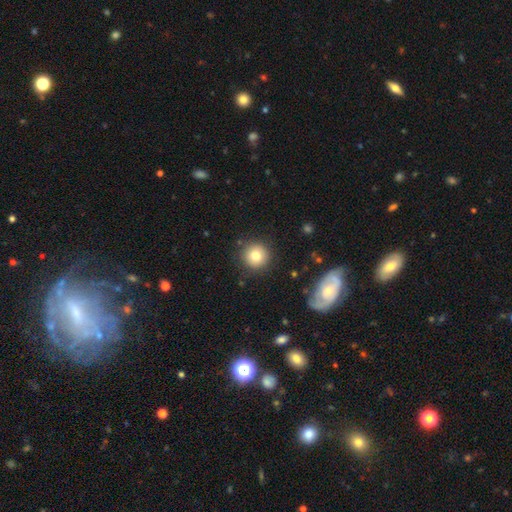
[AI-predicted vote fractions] Smooth or featured: smooth — 80% (star or artifact — 10%)
How rounded: round — 94% (in between — 5%)
Merging: none — 88% (minor disturbance — 8%)